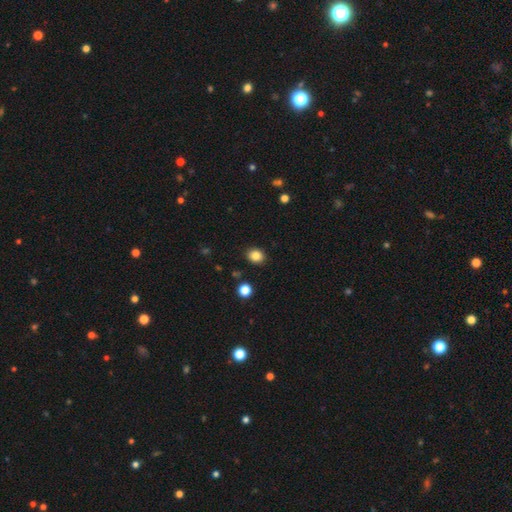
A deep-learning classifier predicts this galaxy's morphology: smooth-or-featured: smooth: 85% | star or artifact: 11% | featured or disk: 5%
  how-rounded: round: 60% | in between: 39% | cigar-shaped: 1%
  merging: none: 89% | minor disturbance: 7% | major disturbance: 2% | merger: 2%